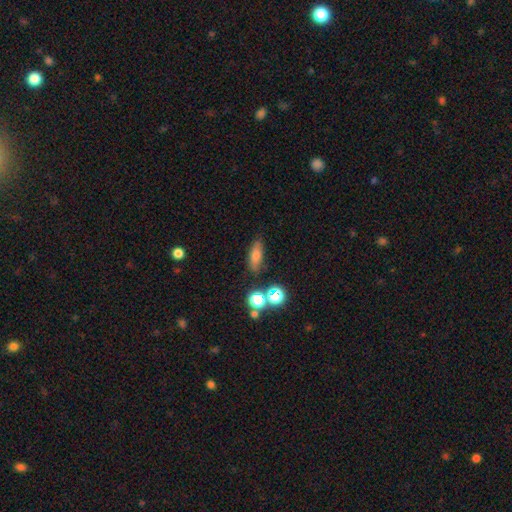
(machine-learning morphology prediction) Smooth or featured?
  - smooth: 68% *
  - featured or disk: 18%
  - star or artifact: 14%
How rounded?
  - in between: 56% *
  - cigar-shaped: 35%
  - round: 9%
Merging?
  - none: 78% *
  - minor disturbance: 13%
  - merger: 6%
  - major disturbance: 4%